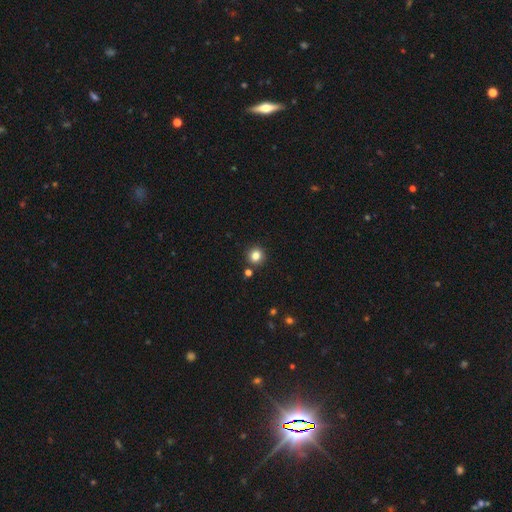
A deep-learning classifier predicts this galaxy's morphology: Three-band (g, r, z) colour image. It shows a smooth galaxy with no disk features (82%) that is round (93%). Merging: none (88%).